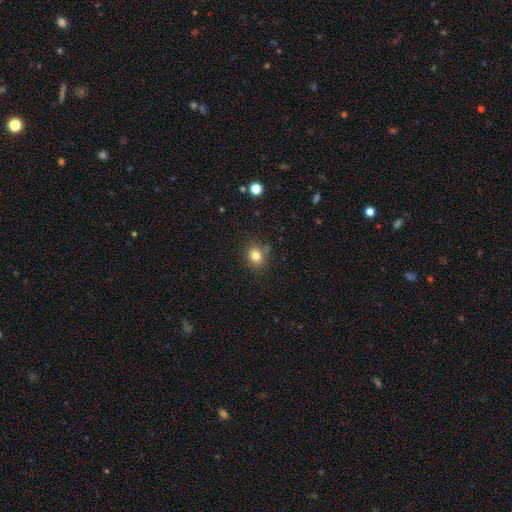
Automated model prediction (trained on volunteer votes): A smooth galaxy with no disk features (81%) that is round (75%).

Vote fractions:
- Smooth or featured? smooth: 81% / star or artifact: 12% / featured or disk: 7%
- How rounded? round: 75% / in between: 24% / cigar-shaped: 1%
- Merging? none: 81% / minor disturbance: 12% / merger: 4% / major disturbance: 3%